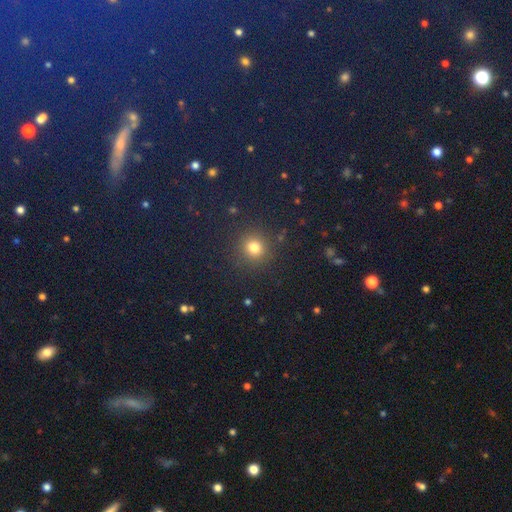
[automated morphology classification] Smooth or featured: smooth — 60% (star or artifact — 34%)
How rounded: round — 94% (in between — 5%)
Merging: none — 92% (minor disturbance — 5%)